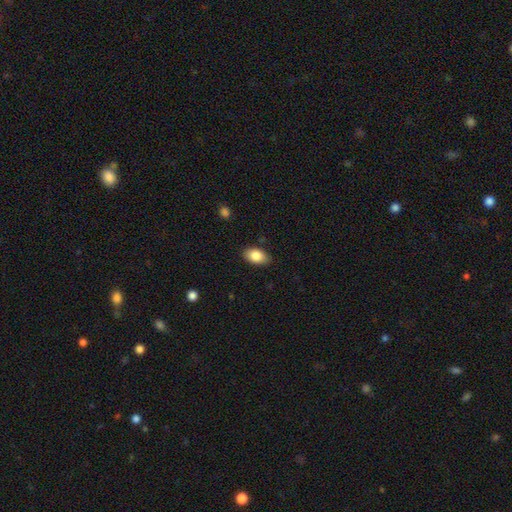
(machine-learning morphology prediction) The model was most divided on "merging": none: 85%, minor disturbance: 11%, major disturbance: 2%, merger: 1%. More confident: how rounded — in between (92%); smooth or featured — smooth (85%).